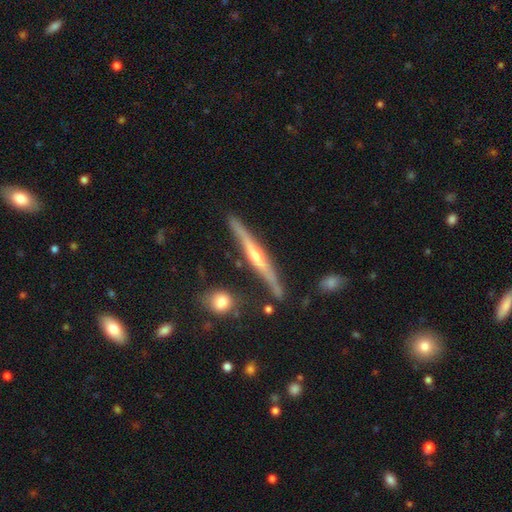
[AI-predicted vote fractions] smooth_or_featured: featured or disk (p=0.74) [alt: smooth p=0.21]
disk_edge_on: yes (p=0.96) [alt: no p=0.04]
edge_on_bulge: rounded (p=0.71) [alt: none p=0.20]
merging: none (p=0.81) [alt: minor disturbance p=0.13]